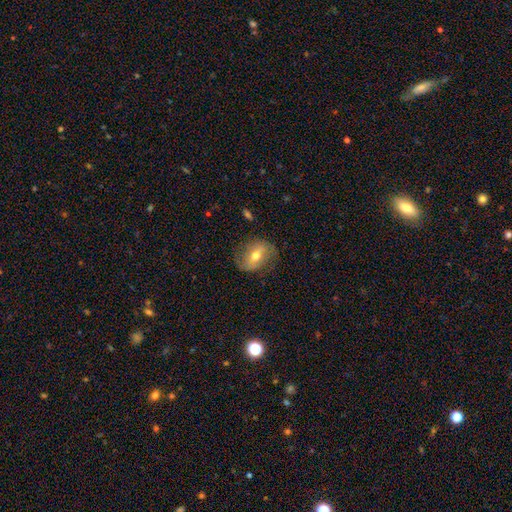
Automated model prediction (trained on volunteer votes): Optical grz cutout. It shows a featured or disk galaxy (51%). Merging: none (72%).